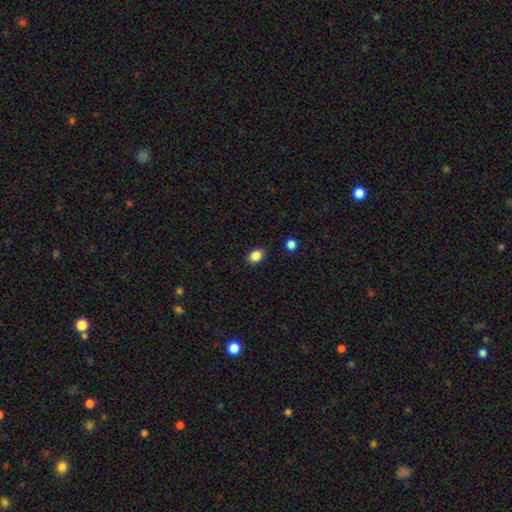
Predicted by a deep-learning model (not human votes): A smooth galaxy with no disk features (86%) that is in between round and cigar-shaped (70%). Merging: none (86%).